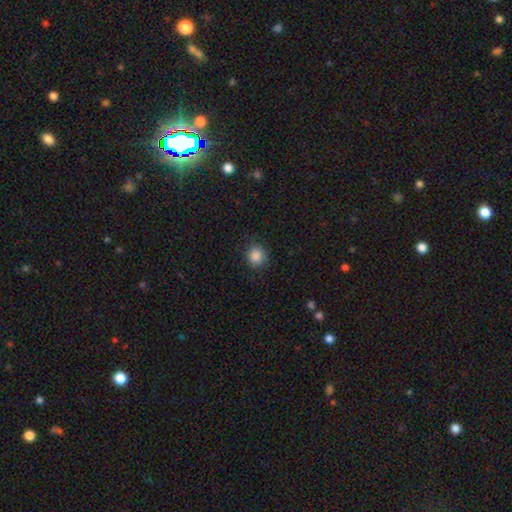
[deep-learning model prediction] Smooth or featured? Predicted: smooth (p=0.87). How rounded? Predicted: round (p=0.89). Merging? Predicted: none (p=0.87).